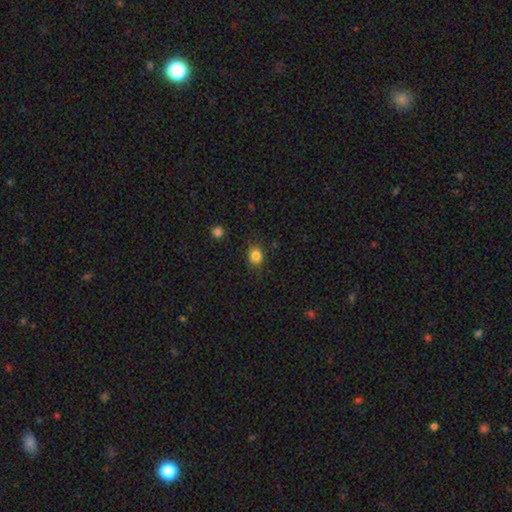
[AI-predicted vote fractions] A smooth galaxy with no disk features (84%) that is round (68%).

Vote fractions:
- Smooth or featured? smooth: 84% / star or artifact: 11% / featured or disk: 4%
- How rounded? round: 68% / in between: 31% / cigar-shaped: 1%
- Merging? none: 82% / minor disturbance: 13% / major disturbance: 3% / merger: 2%